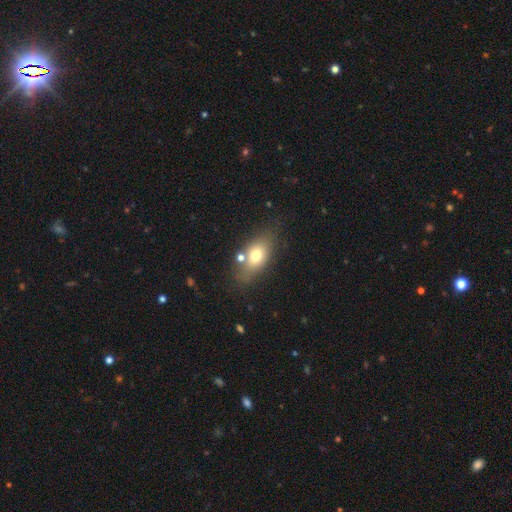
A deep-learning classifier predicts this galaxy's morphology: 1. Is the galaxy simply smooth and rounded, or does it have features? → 70% smooth, 21% featured or disk, 10% star or artifact.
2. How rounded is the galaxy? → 80% in between, 13% round, 7% cigar-shaped.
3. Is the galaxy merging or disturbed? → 64% none, 16% minor disturbance, 13% merger, 6% major disturbance.